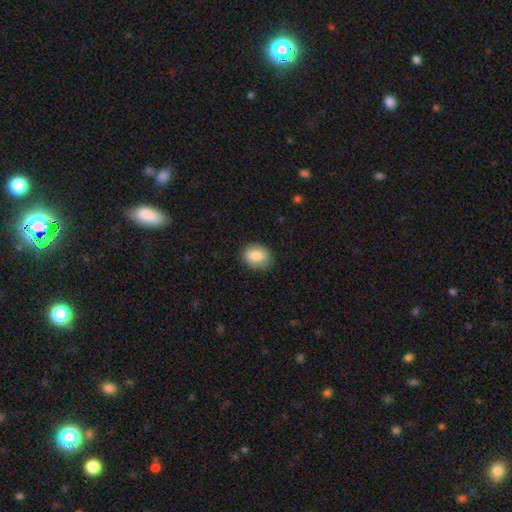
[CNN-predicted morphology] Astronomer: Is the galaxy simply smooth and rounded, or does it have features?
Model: smooth — 84%.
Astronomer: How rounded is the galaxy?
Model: in between — 59% (runner-up: round, 39%).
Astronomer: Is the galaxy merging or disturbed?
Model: none — 85%.